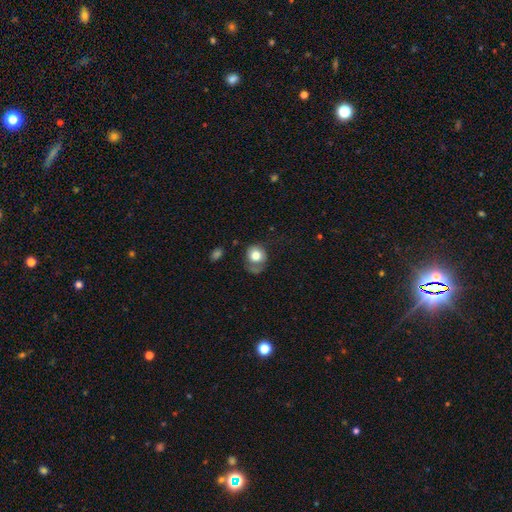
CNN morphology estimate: smooth_or_featured: smooth (p=0.75) [alt: featured or disk p=0.16]
how_rounded: round (p=0.72) [alt: in between p=0.27]
merging: none (p=0.45) [alt: minor disturbance p=0.27]